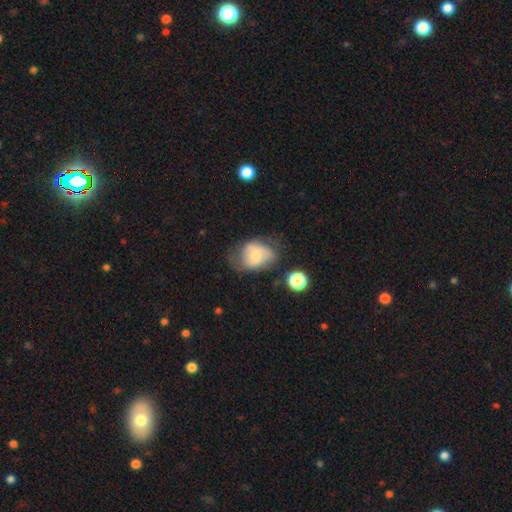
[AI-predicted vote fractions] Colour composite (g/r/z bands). It shows a smooth galaxy with no disk features (58%) that is in between round and cigar-shaped (64%). Merging: none (39%).